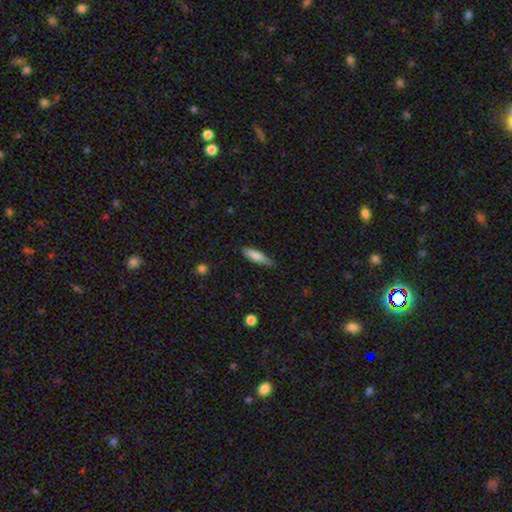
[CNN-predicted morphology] smooth-or-featured: smooth: 79% | featured or disk: 15% | star or artifact: 6%
  how-rounded: cigar-shaped: 65% | in between: 33% | round: 2%
  merging: none: 70% | minor disturbance: 24% | major disturbance: 4% | merger: 2%